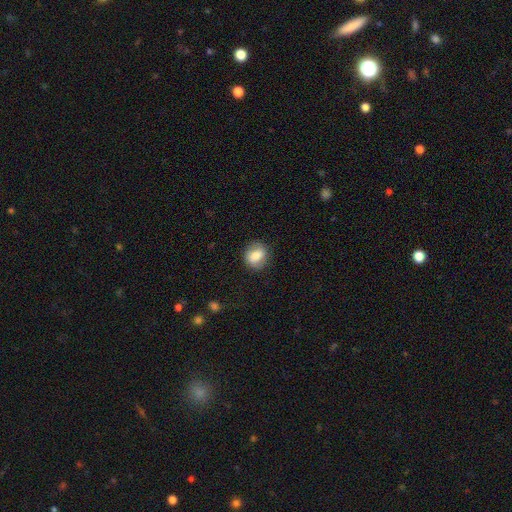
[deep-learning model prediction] smooth-or-featured: smooth: 79% | featured or disk: 13% | star or artifact: 8%
  how-rounded: round: 61% | in between: 38% | cigar-shaped: 1%
  merging: none: 81% | minor disturbance: 14% | major disturbance: 4% | merger: 1%